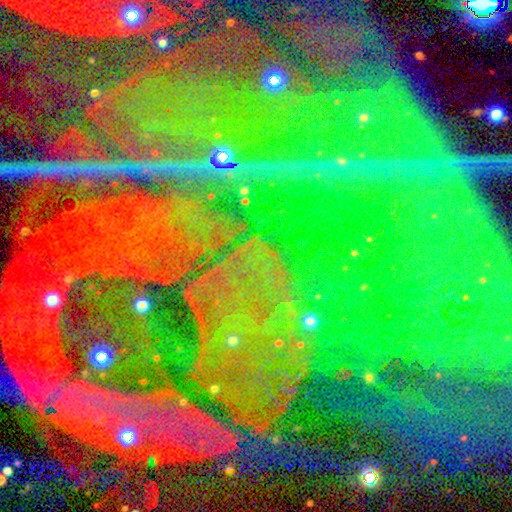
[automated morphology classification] Smooth or featured: star or artifact — 88% (featured or disk — 6%)